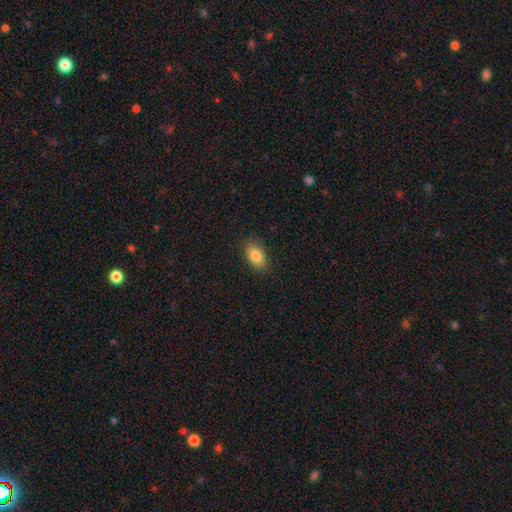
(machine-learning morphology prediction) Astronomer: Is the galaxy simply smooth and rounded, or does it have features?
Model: smooth — 84%.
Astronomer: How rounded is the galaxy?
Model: in between — 90%.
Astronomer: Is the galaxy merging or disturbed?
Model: none — 86%.